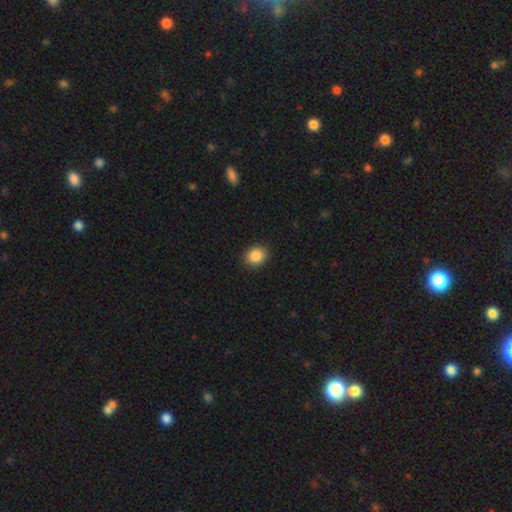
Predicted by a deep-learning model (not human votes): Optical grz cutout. It shows a smooth galaxy with no disk features (88%) that is round (68%). Merging: none (90%).